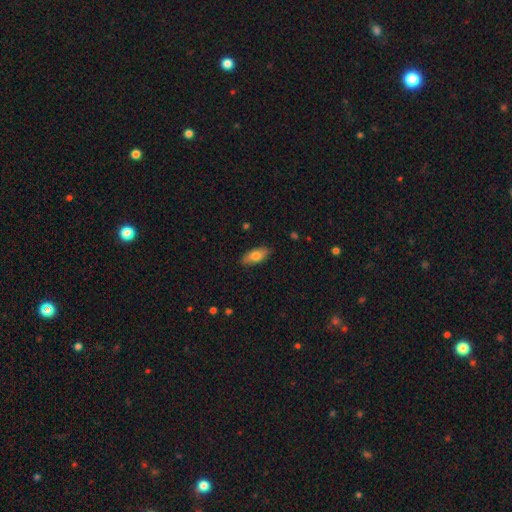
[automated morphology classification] Overall: smooth (75%). How rounded: in between (84%). Merging: none (86%).